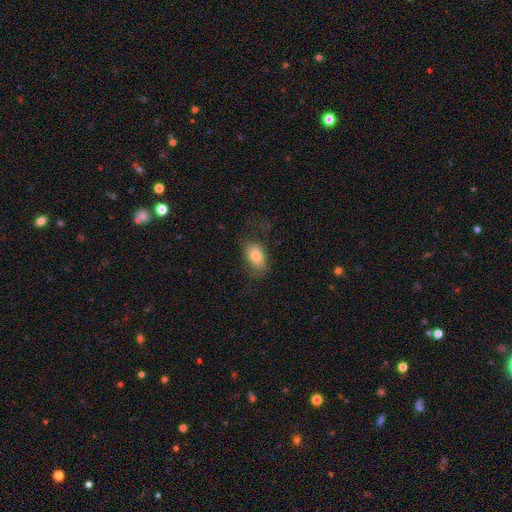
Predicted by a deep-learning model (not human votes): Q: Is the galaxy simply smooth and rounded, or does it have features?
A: smooth — 79%.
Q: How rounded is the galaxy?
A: in between — 90%.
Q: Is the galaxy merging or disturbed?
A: none — 60%.